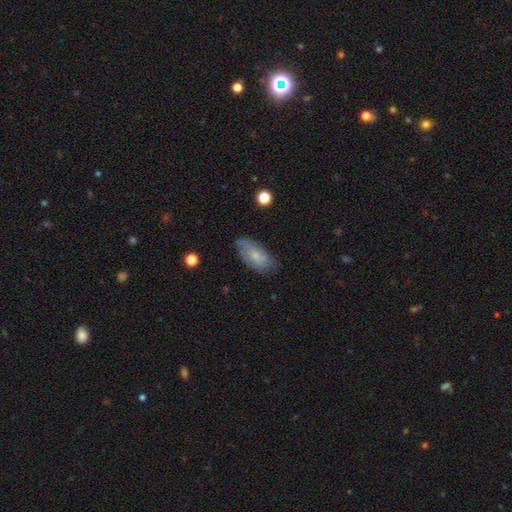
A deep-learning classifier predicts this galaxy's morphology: smooth 59%, featured or disk 34%, star or artifact 7%. Down the decision tree: how rounded — in between (91%); merging — none (68%).